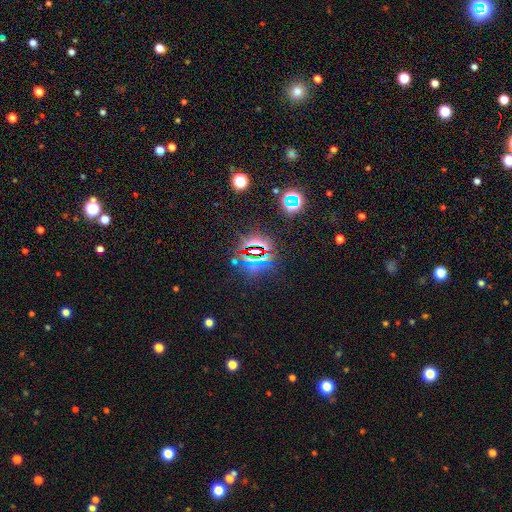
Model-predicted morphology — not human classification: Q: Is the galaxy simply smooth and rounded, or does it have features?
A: star or artifact — 79%.